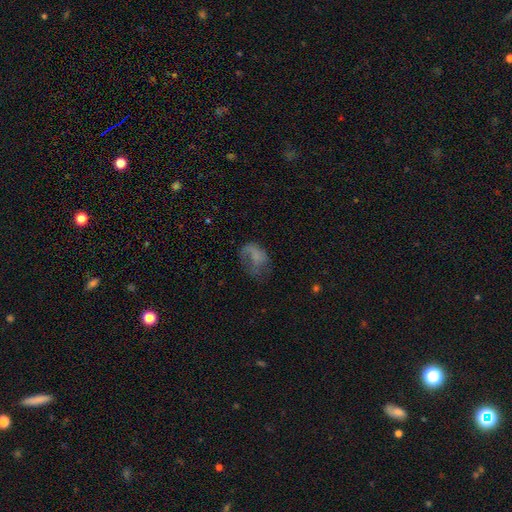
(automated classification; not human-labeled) Smooth or featured: smooth — 47% (featured or disk — 40%)
Merging: major disturbance — 40% (none — 34%)